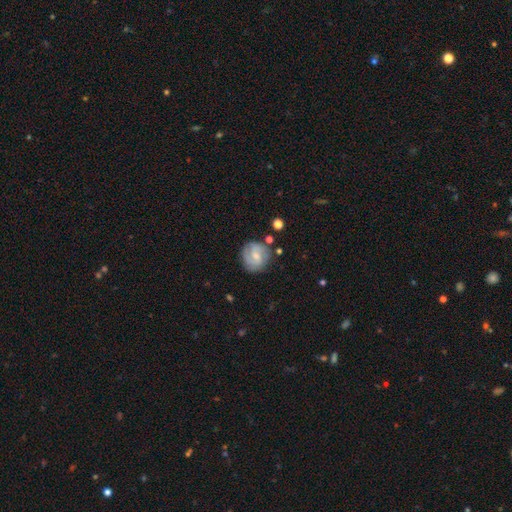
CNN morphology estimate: Q: Smooth or featured?
A: featured or disk (70%); runner-up: smooth (23%)
Q: Edge-on disk?
A: no (97%); runner-up: yes (3%)
Q: Bar?
A: weak (56%); runner-up: no (30%)
Q: Spiral arms?
A: yes (92%); runner-up: no (8%)
Q: Spiral winding?
A: medium (43%); runner-up: tight (42%)
Q: Spiral arm count?
A: 2 (59%); runner-up: can't tell (16%)
Q: Bulge size?
A: small (52%); runner-up: moderate (36%)
Q: Merging?
A: none (75%); runner-up: minor disturbance (16%)